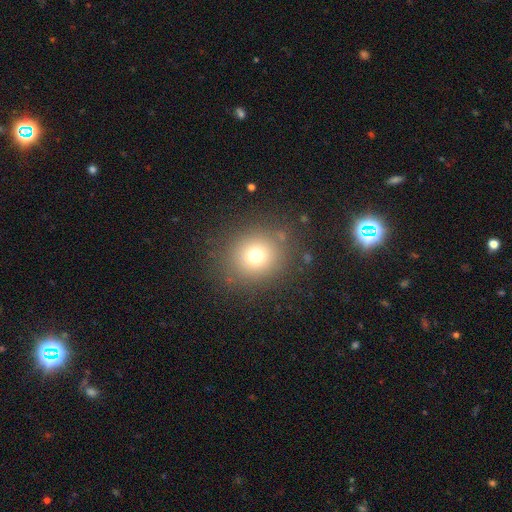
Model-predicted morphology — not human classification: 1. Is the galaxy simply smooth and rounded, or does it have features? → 71% smooth, 18% star or artifact, 11% featured or disk.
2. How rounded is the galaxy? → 87% round, 12% in between, 1% cigar-shaped.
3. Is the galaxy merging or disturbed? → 84% none, 9% minor disturbance, 5% major disturbance, 2% merger.